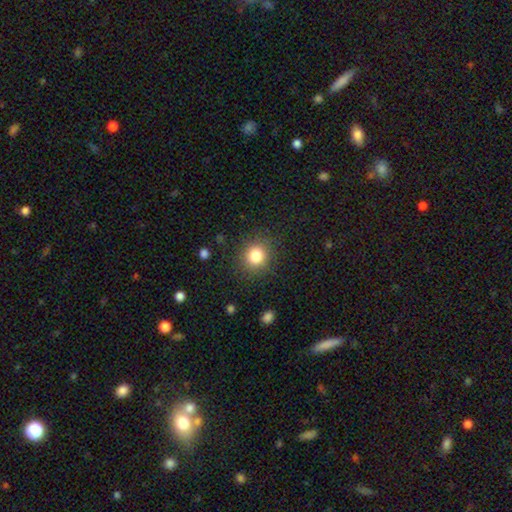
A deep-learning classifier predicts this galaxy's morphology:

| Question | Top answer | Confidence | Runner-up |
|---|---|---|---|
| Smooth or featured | smooth | 82% | star or artifact (11%) |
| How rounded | round | 83% | in between (16%) |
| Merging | none | 86% | minor disturbance (9%) |